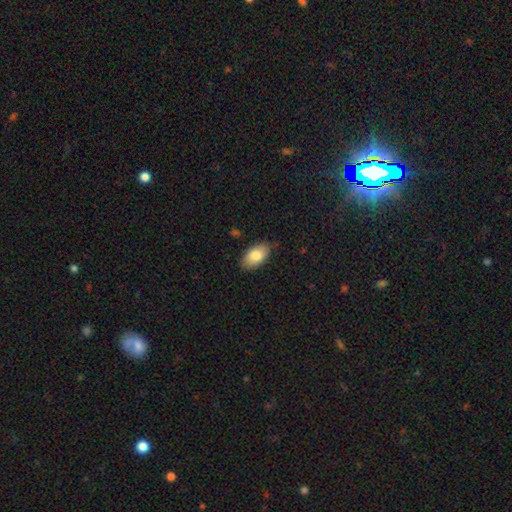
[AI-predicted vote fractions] smooth-or-featured: smooth: 82% | featured or disk: 12% | star or artifact: 7%
  how-rounded: in between: 94% | round: 4% | cigar-shaped: 2%
  merging: none: 84% | minor disturbance: 13% | major disturbance: 2% | merger: 1%